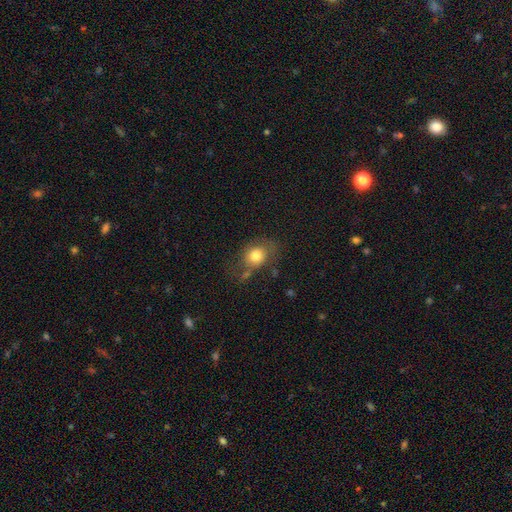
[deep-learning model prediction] smooth_or_featured: smooth (p=0.77) [alt: featured or disk p=0.13]
how_rounded: round (p=0.51) [alt: in between p=0.47]
merging: none (p=0.55) [alt: minor disturbance p=0.25]